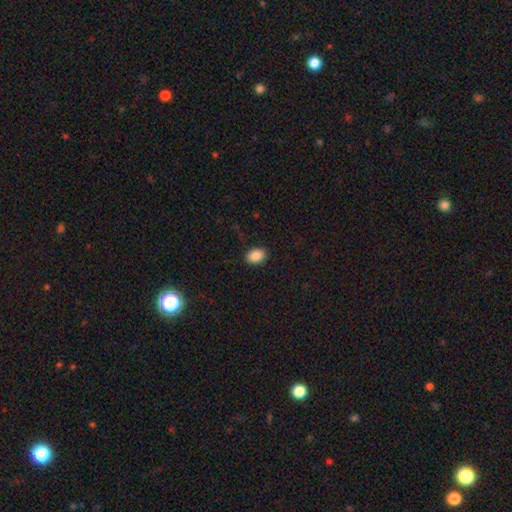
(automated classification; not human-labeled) This appears to be a smooth galaxy with no disk features (87%) that is in between round and cigar-shaped (71%). Merging: none (89%).